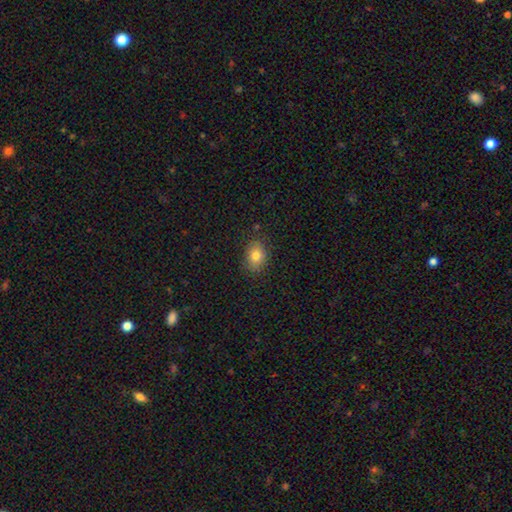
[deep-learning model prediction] smooth 80%, star or artifact 11%, featured or disk 9%. Down the decision tree: how rounded — in between (63%); merging — none (84%).